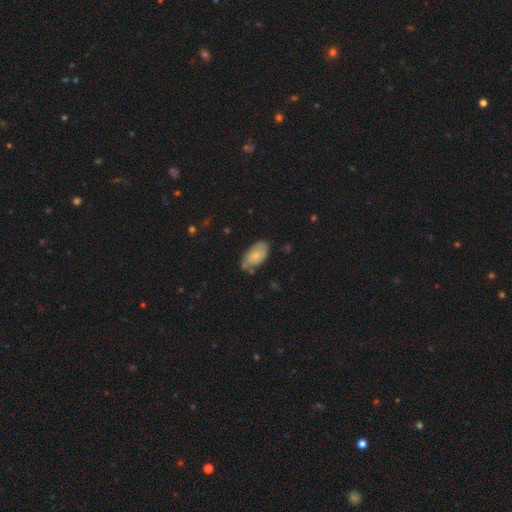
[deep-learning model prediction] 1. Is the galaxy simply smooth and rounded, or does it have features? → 68% smooth, 25% featured or disk, 6% star or artifact.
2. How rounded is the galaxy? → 94% in between, 4% round, 3% cigar-shaped.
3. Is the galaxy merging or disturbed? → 56% none, 32% minor disturbance, 7% major disturbance, 6% merger.